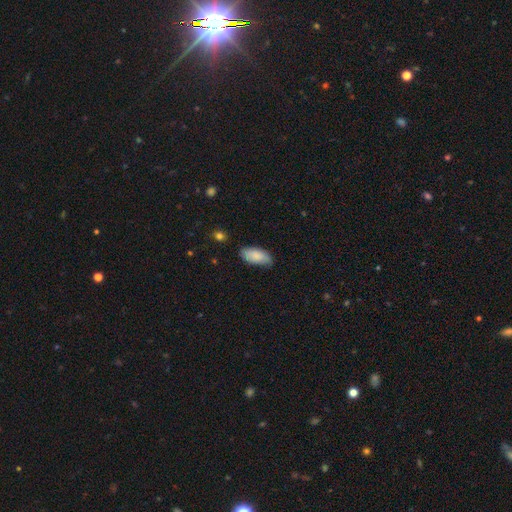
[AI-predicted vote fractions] A smooth galaxy with no disk features (83%) that is in between round and cigar-shaped (92%). Merging: none (75%).